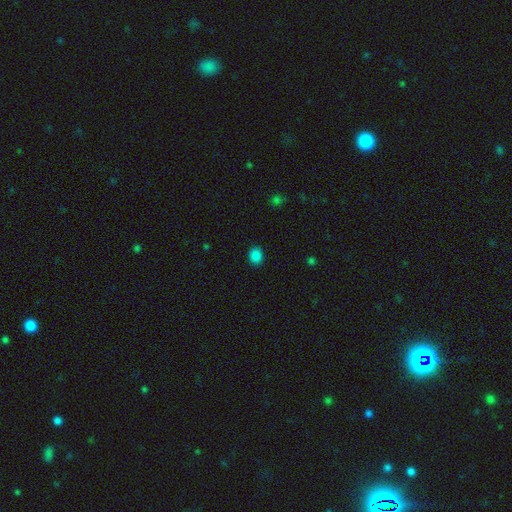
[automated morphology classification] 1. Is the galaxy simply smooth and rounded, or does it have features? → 85% smooth, 12% star or artifact, 3% featured or disk.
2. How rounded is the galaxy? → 50% in between (tied), 50% round (tied), 1% cigar-shaped.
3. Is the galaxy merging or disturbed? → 90% none, 7% minor disturbance, 2% major disturbance, 1% merger.